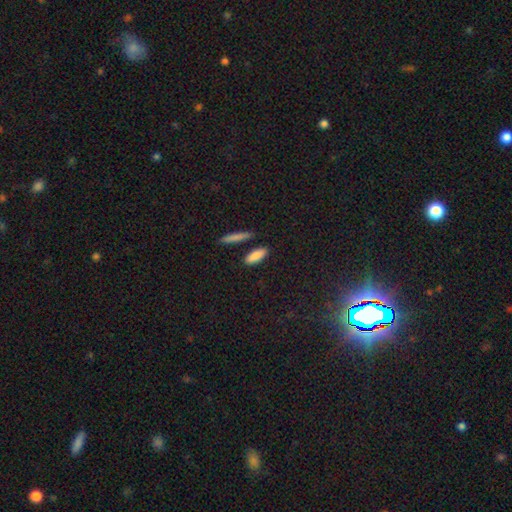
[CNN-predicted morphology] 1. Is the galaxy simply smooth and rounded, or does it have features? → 85% smooth, 8% featured or disk, 7% star or artifact.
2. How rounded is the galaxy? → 64% in between, 33% cigar-shaped, 3% round.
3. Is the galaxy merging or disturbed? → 82% none, 10% minor disturbance, 5% merger, 2% major disturbance.